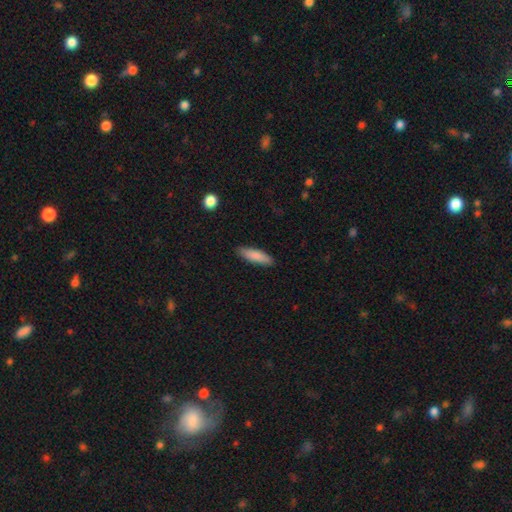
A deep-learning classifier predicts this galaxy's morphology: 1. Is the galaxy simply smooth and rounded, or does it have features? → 85% smooth, 9% featured or disk, 6% star or artifact.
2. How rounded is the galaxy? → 62% cigar-shaped, 36% in between, 2% round.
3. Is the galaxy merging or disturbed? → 89% none, 9% minor disturbance, 2% major disturbance, 1% merger.